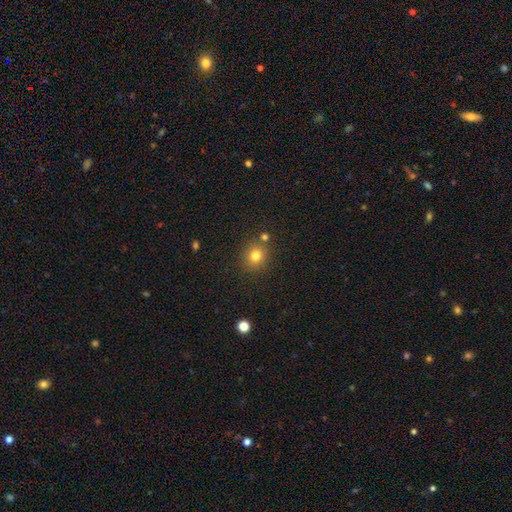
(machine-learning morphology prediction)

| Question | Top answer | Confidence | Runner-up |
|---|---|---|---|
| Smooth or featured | smooth | 80% | star or artifact (13%) |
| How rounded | round | 86% | in between (13%) |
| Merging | none | 80% | minor disturbance (9%) |